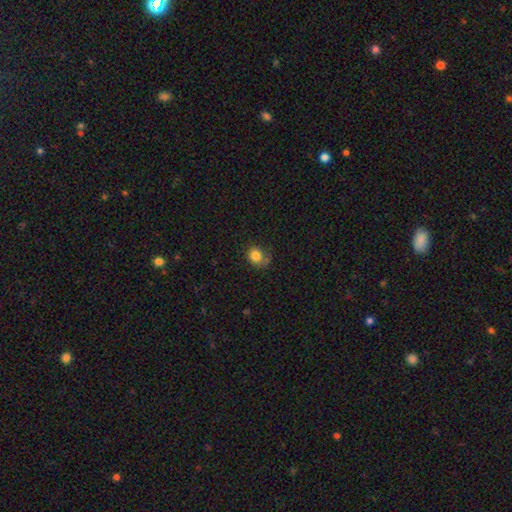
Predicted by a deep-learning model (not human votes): Morphology: type=smooth (81%); roundness=round (64%); merging=none (54%).